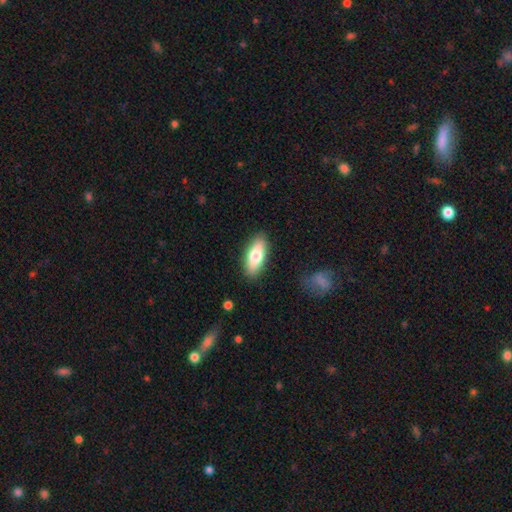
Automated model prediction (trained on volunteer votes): Smooth or featured? Predicted: smooth (p=0.73). How rounded? Predicted: in between (p=0.75). Merging? Predicted: none (p=0.87).